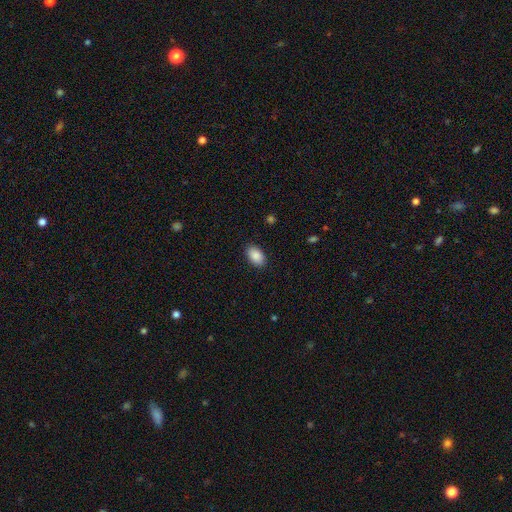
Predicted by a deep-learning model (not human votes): The model was most divided on "merging": none: 89%, minor disturbance: 8%, major disturbance: 2%, merger: 1%. More confident: how rounded — in between (92%); smooth or featured — smooth (90%).